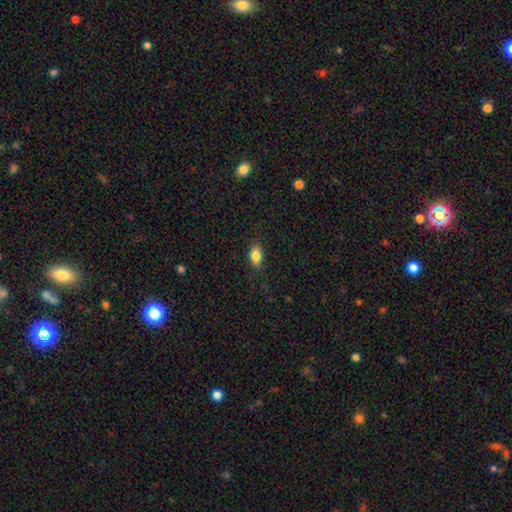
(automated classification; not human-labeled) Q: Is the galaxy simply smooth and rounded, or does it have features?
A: smooth — 84%.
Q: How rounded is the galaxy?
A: in between — 86%.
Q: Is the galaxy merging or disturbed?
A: none — 87%.